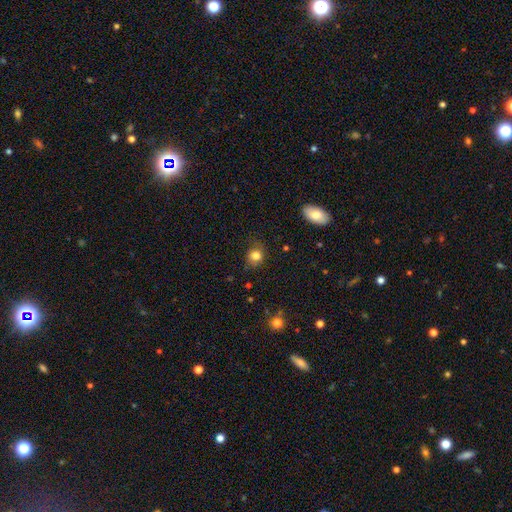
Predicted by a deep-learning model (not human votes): A smooth galaxy with no disk features (82%) that is round (72%).

Vote fractions:
- Smooth or featured? smooth: 82% / star or artifact: 11% / featured or disk: 7%
- How rounded? round: 72% / in between: 27% / cigar-shaped: 1%
- Merging? none: 72% / minor disturbance: 20% / major disturbance: 6% / merger: 2%